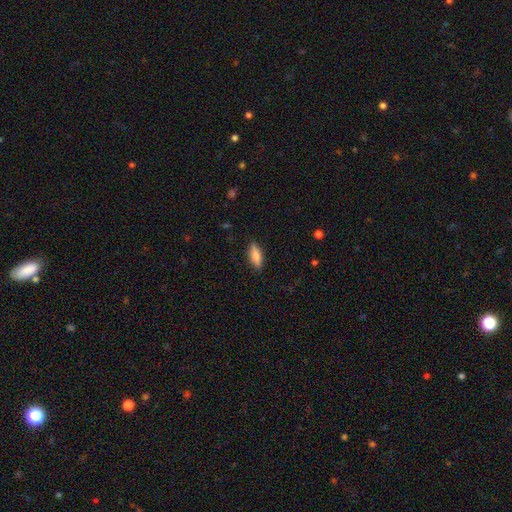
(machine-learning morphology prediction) Smooth or featured?
  - smooth: 78% *
  - featured or disk: 16%
  - star or artifact: 6%
How rounded?
  - in between: 62% *
  - cigar-shaped: 36%
  - round: 2%
Merging?
  - none: 86% *
  - minor disturbance: 10%
  - major disturbance: 2%
  - merger: 1%